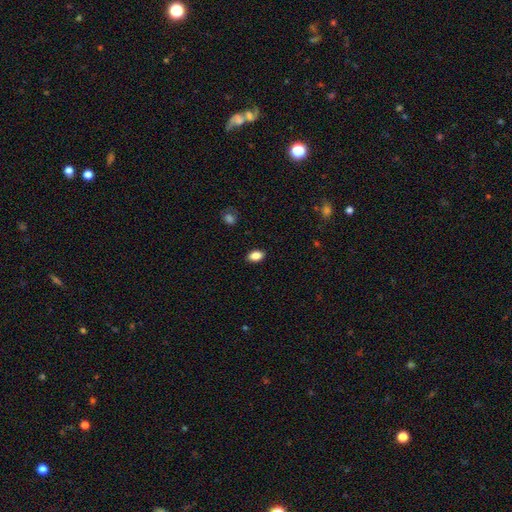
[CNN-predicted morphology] This appears to be a smooth galaxy with no disk features (87%) that is in between round and cigar-shaped (87%). Merging: none (88%).